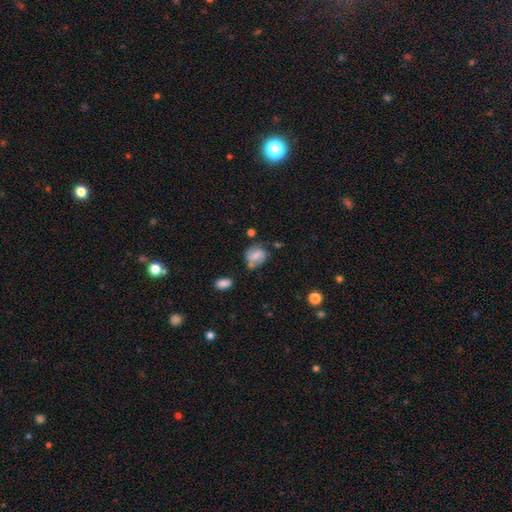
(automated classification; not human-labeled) smooth 54%, featured or disk 36%, star or artifact 9%. Down the decision tree: how rounded — in between (51%); merging — none (51%).